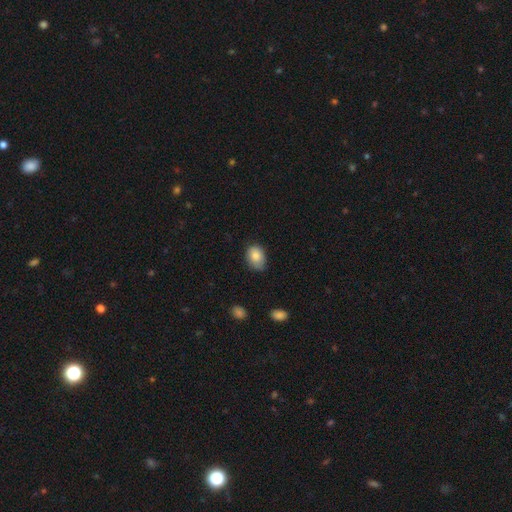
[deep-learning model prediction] Smooth or featured: smooth — 83% (featured or disk — 9%)
How rounded: in between — 68% (round — 31%)
Merging: none — 61% (minor disturbance — 32%)